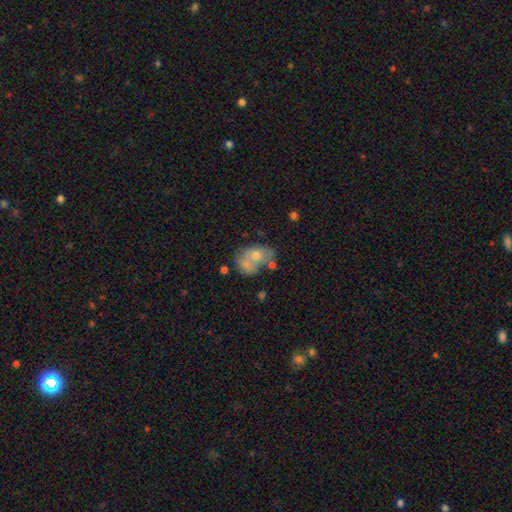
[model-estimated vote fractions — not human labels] smooth-or-featured: smooth: 62% | featured or disk: 30% | star or artifact: 9%
  how-rounded: in between: 67% | round: 31% | cigar-shaped: 1%
  merging: merger: 49% | none: 25% | minor disturbance: 16% | major disturbance: 10%